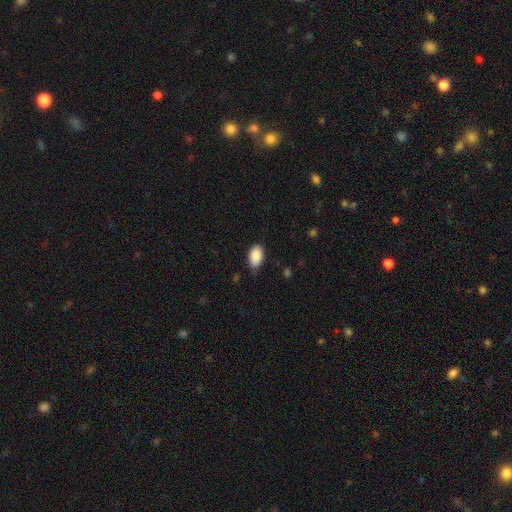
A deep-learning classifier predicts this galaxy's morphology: Smooth or featured? smooth (88%)
How rounded? in between (93%)
Merging? none (70%)